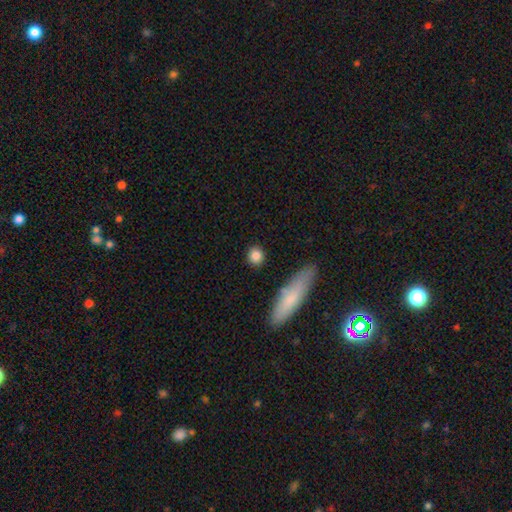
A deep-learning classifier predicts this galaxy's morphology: smooth-or-featured: smooth: 85% | star or artifact: 8% | featured or disk: 7%
  how-rounded: round: 82% | in between: 14% | cigar-shaped: 4%
  merging: none: 88% | minor disturbance: 7% | merger: 3% | major disturbance: 2%